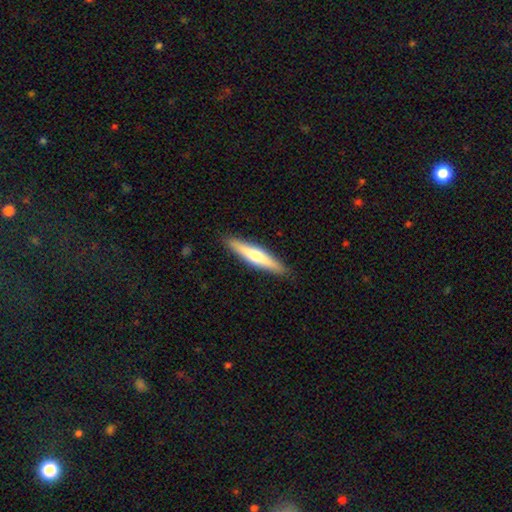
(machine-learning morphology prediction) Smooth or featured? Predicted: smooth (p=0.50). How rounded? Predicted: cigar-shaped (p=0.88). Merging? Predicted: none (p=0.90).